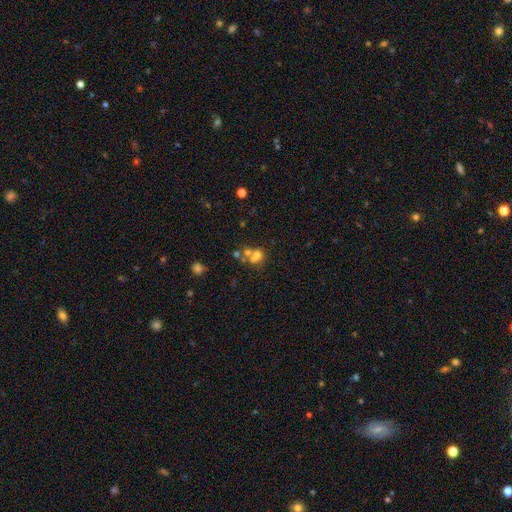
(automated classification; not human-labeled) smooth-or-featured: smooth: 63% | featured or disk: 19% | star or artifact: 18%
  how-rounded: round: 53% | in between: 45% | cigar-shaped: 2%
  merging: merger: 48% | none: 34% | minor disturbance: 10% | major disturbance: 8%